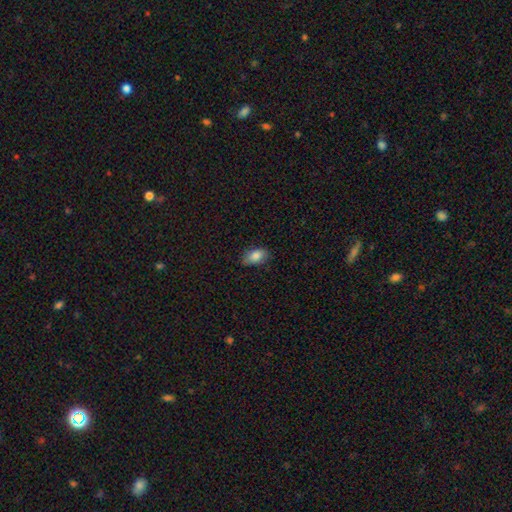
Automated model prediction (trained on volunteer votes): This appears to be a smooth galaxy with no disk features (84%) that is in between round and cigar-shaped (90%). Merging: none (80%).